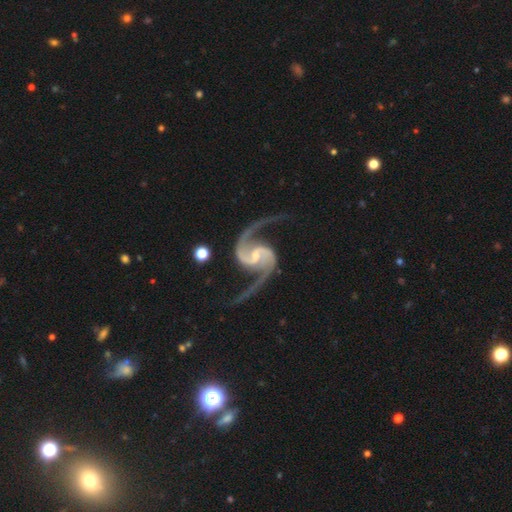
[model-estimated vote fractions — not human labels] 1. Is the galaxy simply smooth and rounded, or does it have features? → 95% featured or disk, 3% star or artifact, 2% smooth.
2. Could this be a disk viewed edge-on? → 98% no, 2% yes.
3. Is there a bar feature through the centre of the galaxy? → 50% weak, 26% no, 24% strong.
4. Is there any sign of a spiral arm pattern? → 99% yes, 1% no.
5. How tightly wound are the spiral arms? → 56% loose, 37% medium, 7% tight.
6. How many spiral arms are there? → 94% 2, 1% 3, 1% can't tell, 1% 1, 1% 4, 1% more than 4.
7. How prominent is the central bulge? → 62% small, 27% moderate, 7% none, 2% large, 1% dominant.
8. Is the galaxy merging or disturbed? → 71% none, 14% minor disturbance, 12% major disturbance, 3% merger.